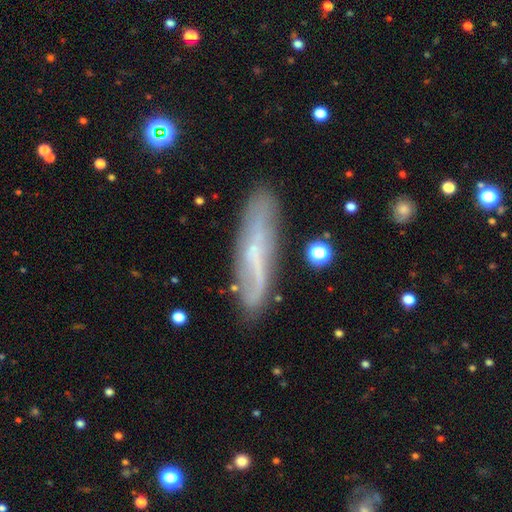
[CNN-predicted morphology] A featured or disk galaxy (59%).

Vote fractions:
- Smooth or featured? featured or disk: 59% / smooth: 33% / star or artifact: 9%
- Edge-on disk? no: 56% / yes: 44%
- Merging? none: 74% / minor disturbance: 18% / major disturbance: 5% / merger: 3%